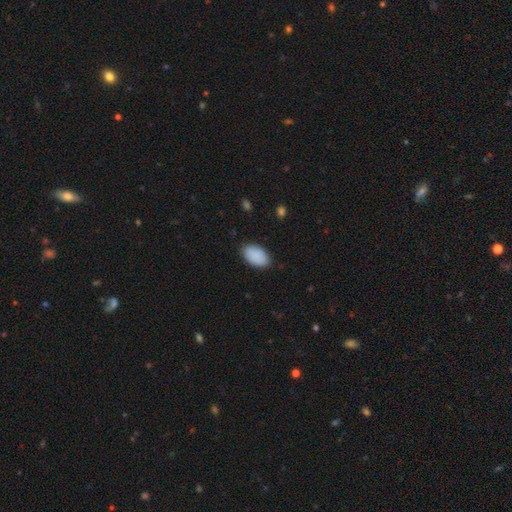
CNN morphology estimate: type=smooth (90%); roundness=in between (95%); merging=none (86%).